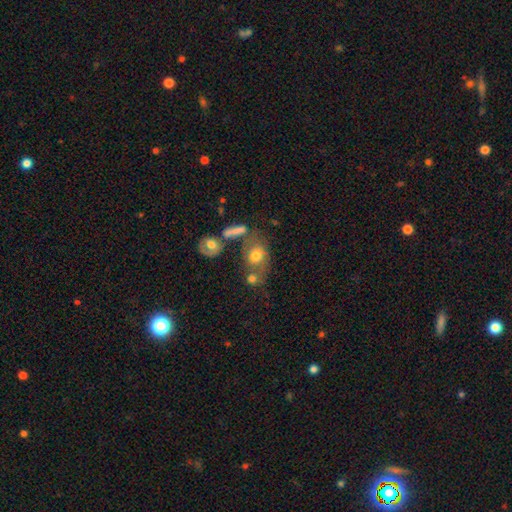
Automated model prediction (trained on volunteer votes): Morphology: type=smooth (62%); roundness=in between (62%); merging=none (42%).